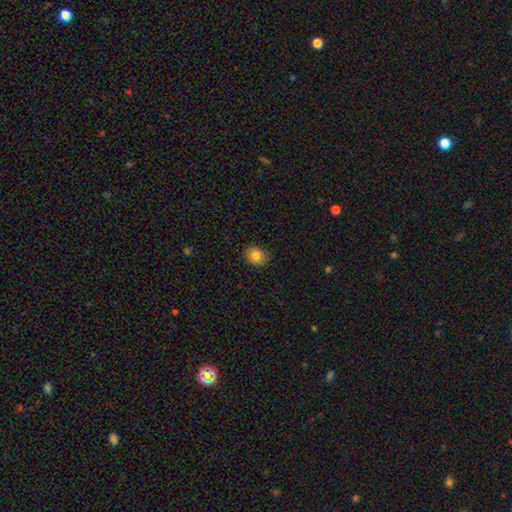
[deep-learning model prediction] Smooth or featured?
  - smooth: 84% *
  - star or artifact: 10%
  - featured or disk: 6%
How rounded?
  - round: 68% *
  - in between: 31%
  - cigar-shaped: 1%
Merging?
  - none: 88% *
  - minor disturbance: 9%
  - major disturbance: 2%
  - merger: 1%